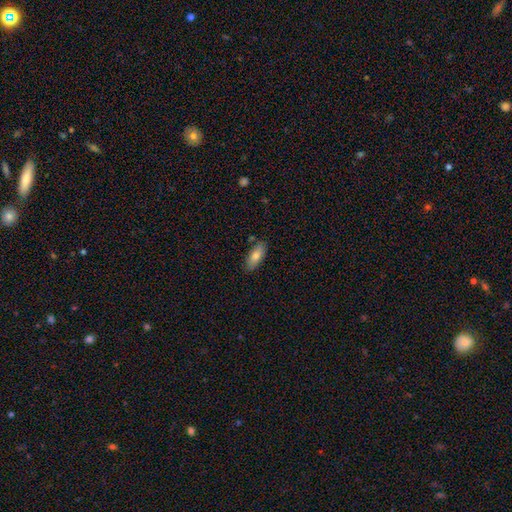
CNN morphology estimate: smooth_or_featured: smooth (p=0.77) [alt: featured or disk p=0.16]
how_rounded: in between (p=0.77) [alt: cigar-shaped p=0.20]
merging: none (p=0.83) [alt: minor disturbance p=0.12]